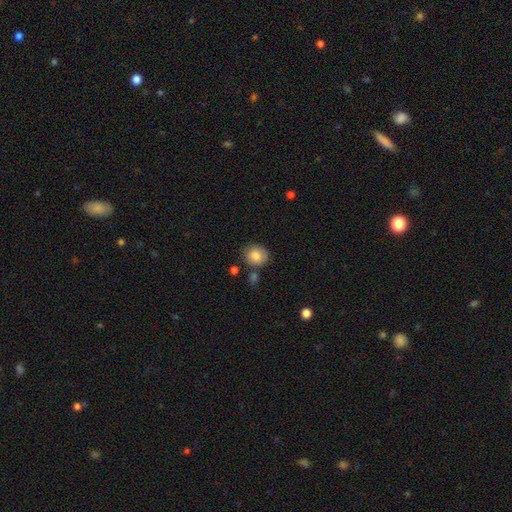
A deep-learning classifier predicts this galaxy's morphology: Smooth or featured? Predicted: smooth (p=0.83). How rounded? Predicted: round (p=0.82). Merging? Predicted: none (p=0.76).